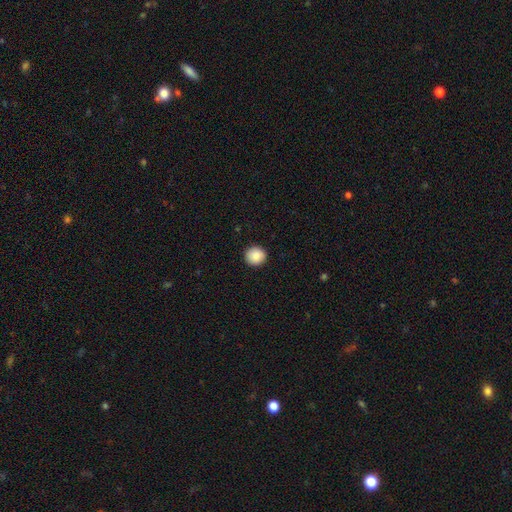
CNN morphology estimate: A smooth galaxy with no disk features (89%) that is round (91%).

Vote fractions:
- Smooth or featured? smooth: 89% / star or artifact: 8% / featured or disk: 3%
- How rounded? round: 91% / in between: 8% / cigar-shaped: 1%
- Merging? none: 92% / minor disturbance: 6% / major disturbance: 2% / merger: 1%